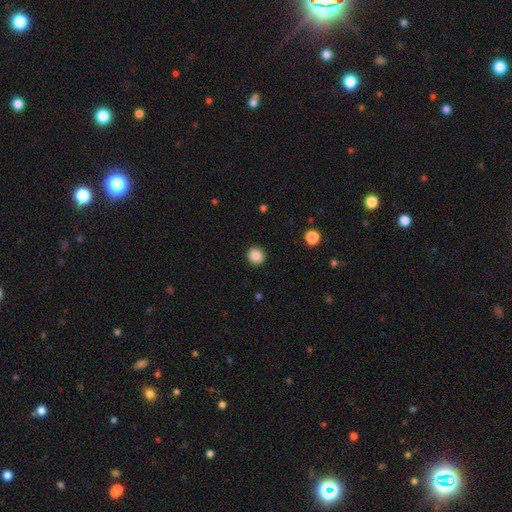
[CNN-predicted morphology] Overall: smooth (88%). How rounded: round (89%). Merging: none (91%).